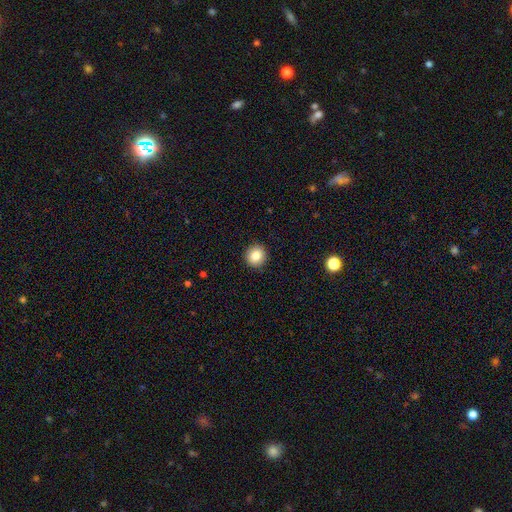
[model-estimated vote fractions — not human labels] smooth_or_featured: smooth (p=0.83) [alt: star or artifact p=0.10]
how_rounded: round (p=0.93) [alt: in between p=0.06]
merging: none (p=0.92) [alt: minor disturbance p=0.05]